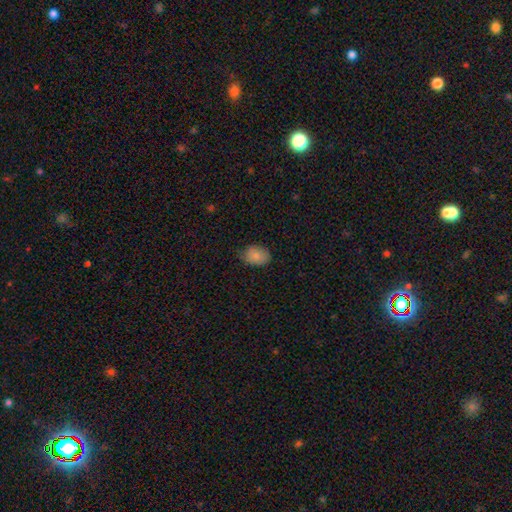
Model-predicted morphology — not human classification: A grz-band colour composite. It shows a smooth galaxy with no disk features (86%) that is in between round and cigar-shaped (75%). Merging: none (72%).